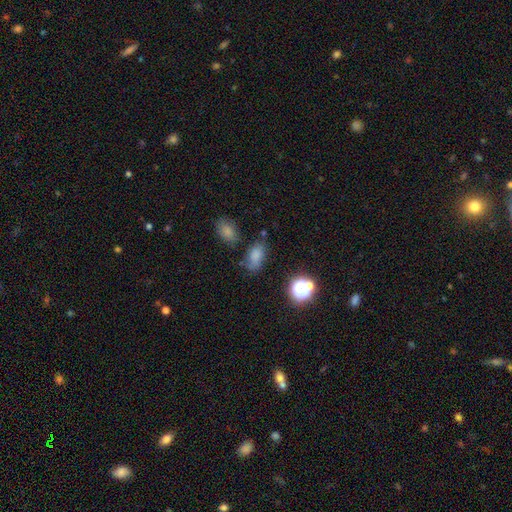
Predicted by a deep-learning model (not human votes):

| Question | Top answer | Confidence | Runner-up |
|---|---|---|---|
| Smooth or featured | smooth | 75% | star or artifact (16%) |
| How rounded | in between | 87% | round (10%) |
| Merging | none | 63% | minor disturbance (23%) |